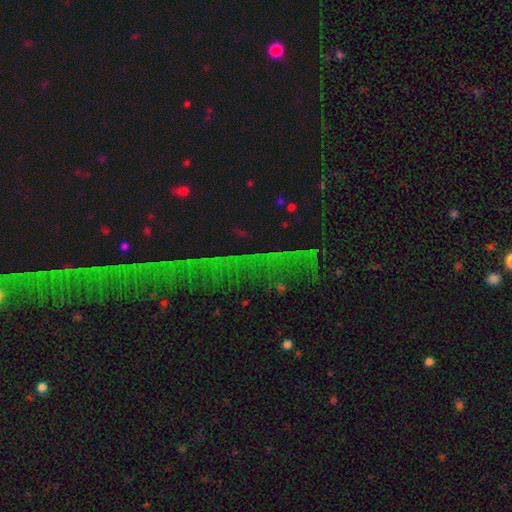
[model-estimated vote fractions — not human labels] Smooth or featured: star or artifact — 78% (featured or disk — 12%)